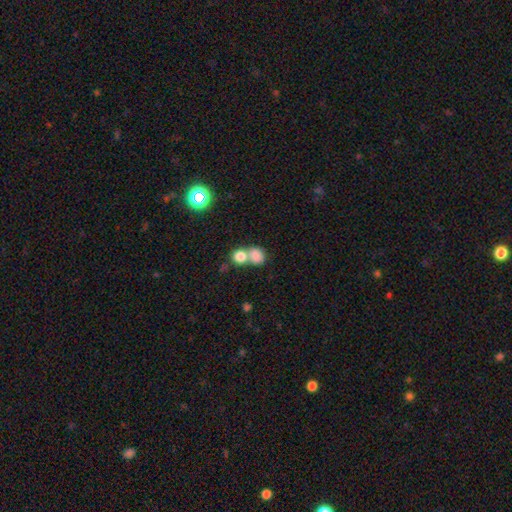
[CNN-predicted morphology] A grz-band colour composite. It shows a smooth galaxy with no disk features (80%) that is round (68%). Merging: merger (64%).